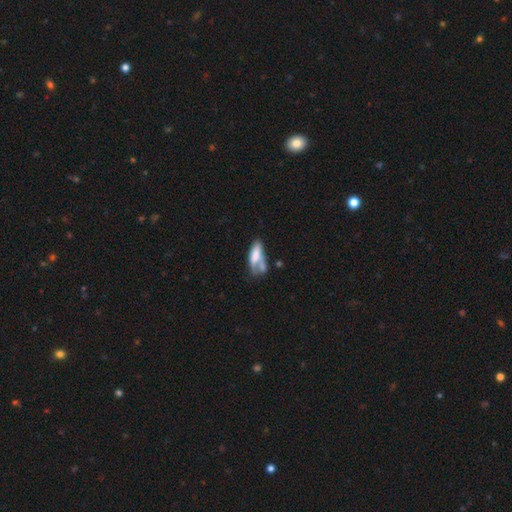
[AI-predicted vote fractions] smooth_or_featured: smooth (p=0.63) [alt: featured or disk p=0.29]
how_rounded: in between (p=0.63) [alt: cigar-shaped p=0.35]
merging: merger (p=0.36) [alt: none p=0.28]